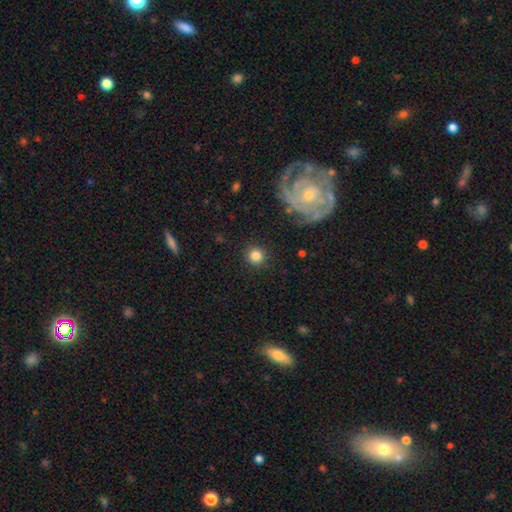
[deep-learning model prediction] smooth 83%, star or artifact 10%, featured or disk 7%. Down the decision tree: how rounded — round (94%); merging — none (91%).